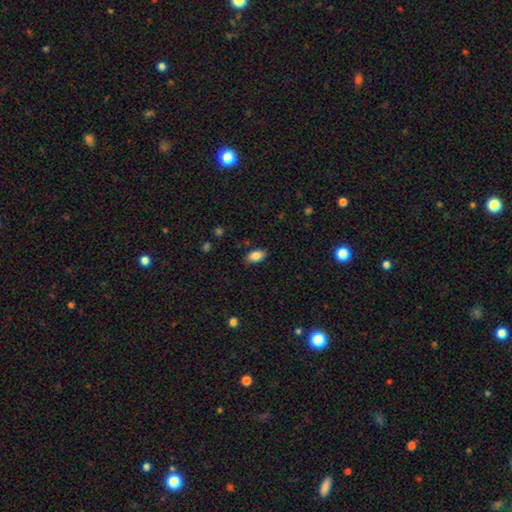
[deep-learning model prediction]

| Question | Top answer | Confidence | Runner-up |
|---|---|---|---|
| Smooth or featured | smooth | 85% | featured or disk (8%) |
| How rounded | in between | 91% | cigar-shaped (5%) |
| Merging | none | 85% | minor disturbance (11%) |